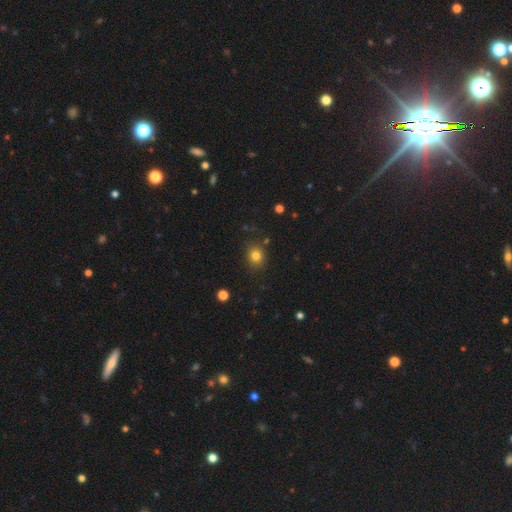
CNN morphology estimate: Smooth or featured? smooth (81%)
How rounded? round (76%)
Merging? none (85%)